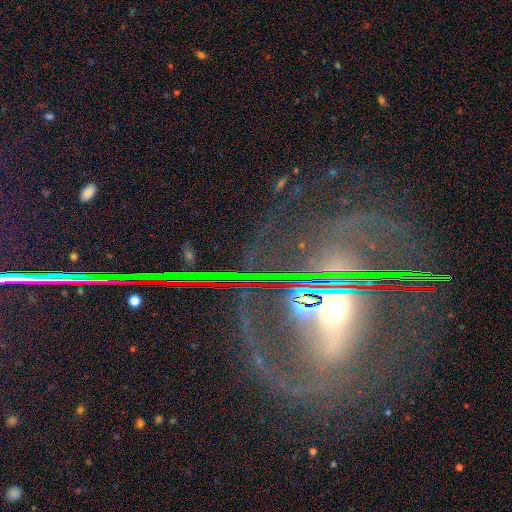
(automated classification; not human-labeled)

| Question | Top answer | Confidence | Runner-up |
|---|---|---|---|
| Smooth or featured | featured or disk | 81% | star or artifact (13%) |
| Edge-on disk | no | 92% | yes (8%) |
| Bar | strong | 57% | weak (24%) |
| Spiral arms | yes | 88% | no (12%) |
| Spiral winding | medium | 45% | tight (35%) |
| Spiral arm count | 2 | 62% | can't tell (12%) |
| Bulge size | moderate | 62% | small (24%) |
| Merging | none | 65% | major disturbance (16%) |